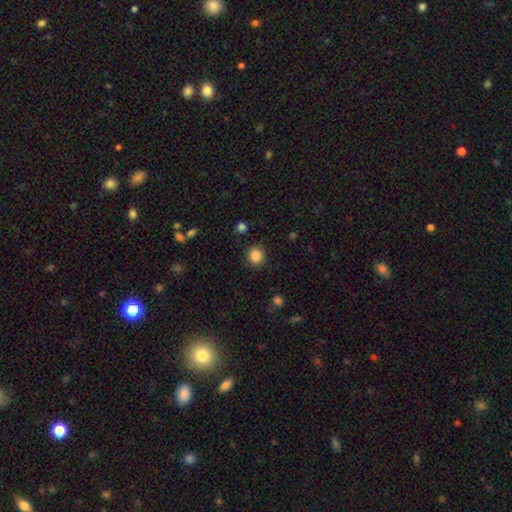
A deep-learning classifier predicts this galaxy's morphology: Q: Smooth or featured?
A: smooth (85%); runner-up: star or artifact (11%)
Q: How rounded?
A: round (90%); runner-up: in between (9%)
Q: Merging?
A: none (91%); runner-up: minor disturbance (6%)